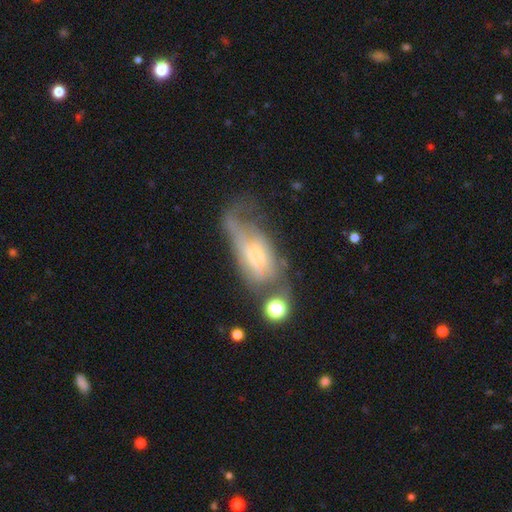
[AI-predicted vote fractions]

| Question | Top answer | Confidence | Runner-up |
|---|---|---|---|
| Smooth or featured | featured or disk | 53% | smooth (38%) |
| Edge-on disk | no | 82% | yes (18%) |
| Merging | major disturbance | 46% | minor disturbance (22%) |